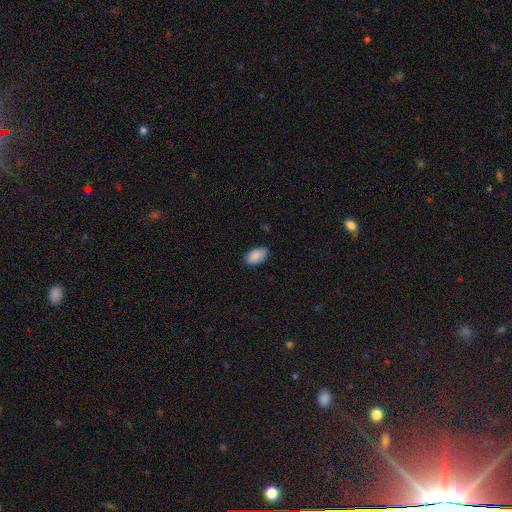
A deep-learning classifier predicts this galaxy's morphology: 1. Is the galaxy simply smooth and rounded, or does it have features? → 89% smooth, 7% star or artifact, 3% featured or disk.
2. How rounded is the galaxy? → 94% in between, 5% round, 2% cigar-shaped.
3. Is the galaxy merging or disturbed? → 79% none, 17% minor disturbance, 3% major disturbance, 1% merger.